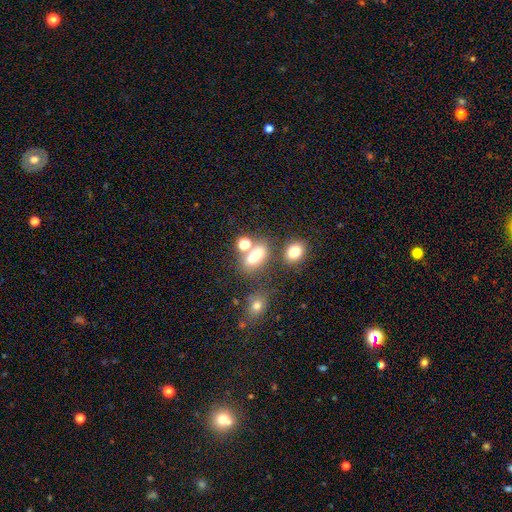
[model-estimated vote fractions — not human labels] smooth-or-featured: smooth: 69% | star or artifact: 18% | featured or disk: 13%
  how-rounded: in between: 68% | round: 21% | cigar-shaped: 11%
  merging: none: 56% | merger: 25% | minor disturbance: 13% | major disturbance: 7%